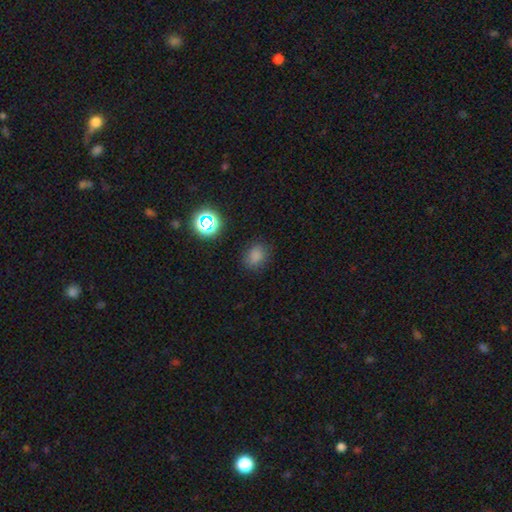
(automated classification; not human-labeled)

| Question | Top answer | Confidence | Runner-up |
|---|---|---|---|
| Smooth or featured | smooth | 76% | star or artifact (19%) |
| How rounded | round | 50% | in between (49%) |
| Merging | none | 80% | minor disturbance (14%) |